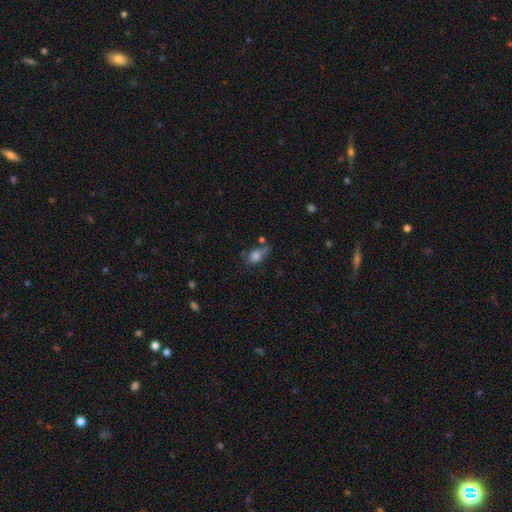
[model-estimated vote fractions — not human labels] Q: Smooth or featured?
A: smooth (76%); runner-up: featured or disk (14%)
Q: How rounded?
A: in between (70%); runner-up: round (24%)
Q: Merging?
A: none (39%); runner-up: minor disturbance (32%)